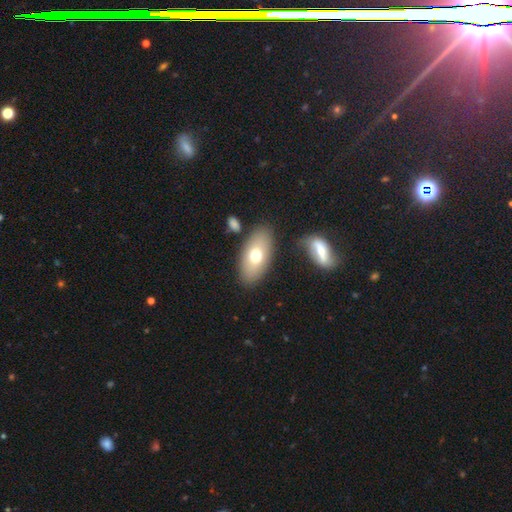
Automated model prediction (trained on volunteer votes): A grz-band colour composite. It shows a smooth galaxy with no disk features (68%) that is in between round and cigar-shaped (92%). Merging: none (80%).